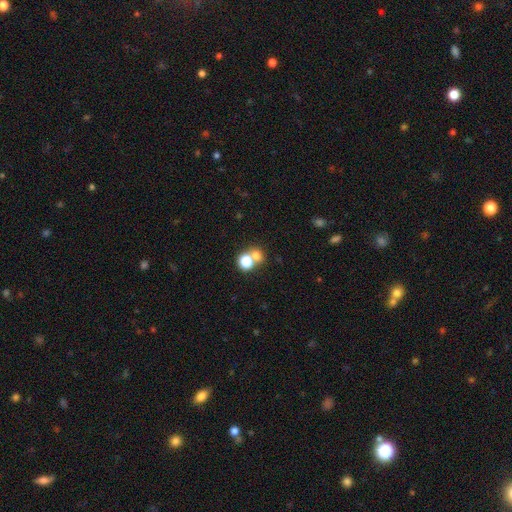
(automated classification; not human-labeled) The model was most divided on "merging": merger: 47%, none: 42%, minor disturbance: 7%, major disturbance: 4%. More confident: how rounded — round (71%); smooth or featured — smooth (69%).